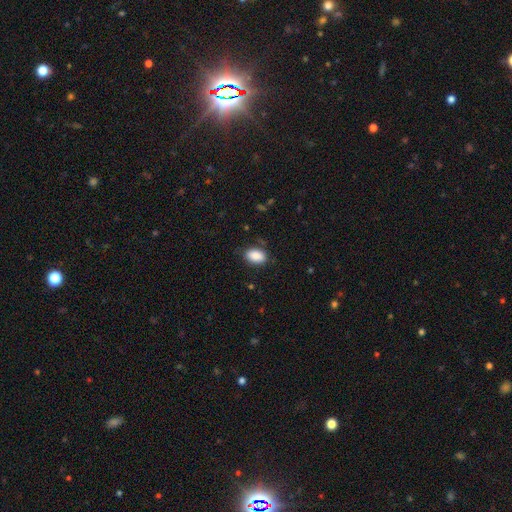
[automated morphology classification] smooth 88%, star or artifact 7%, featured or disk 4%. Down the decision tree: how rounded — in between (90%); merging — none (81%).